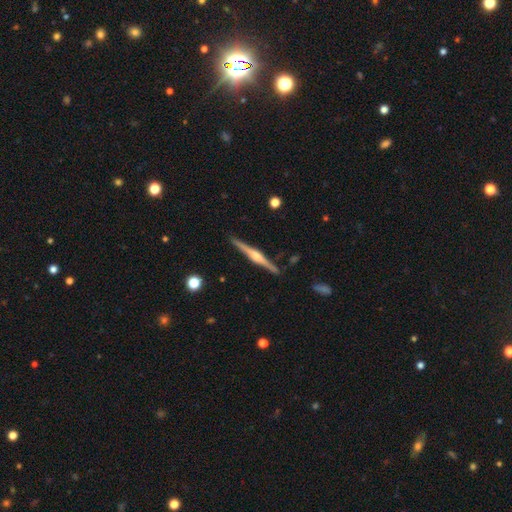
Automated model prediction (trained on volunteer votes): Smooth or featured? featured or disk (82%)
Edge-on disk? yes (99%)
Edge-on bulge? rounded (86%)
Merging? none (91%)